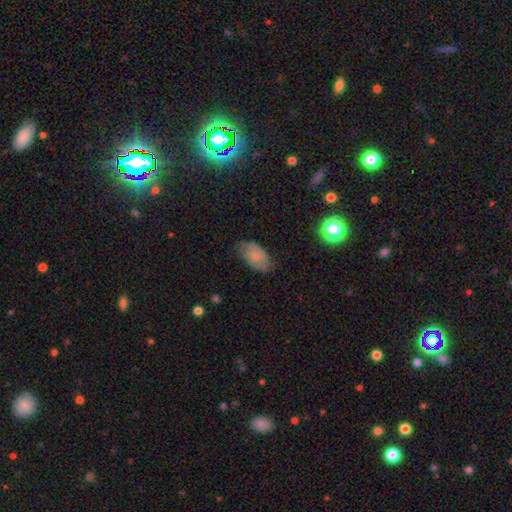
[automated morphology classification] The model was most divided on "smooth or featured": smooth: 59%, featured or disk: 32%, star or artifact: 9%. More confident: how rounded — in between (93%); merging — none (71%).